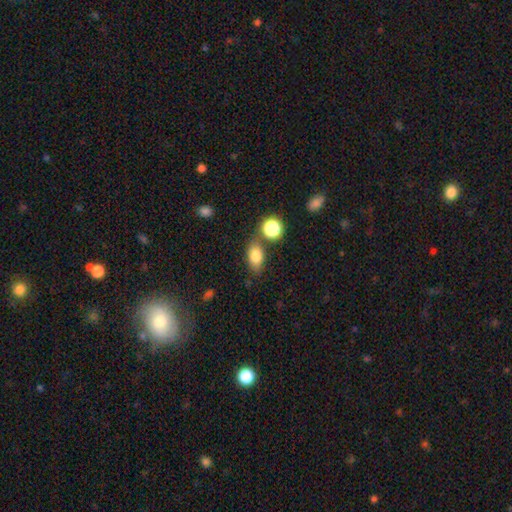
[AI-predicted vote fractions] Smooth or featured? smooth (80%)
How rounded? in between (83%)
Merging? none (71%)